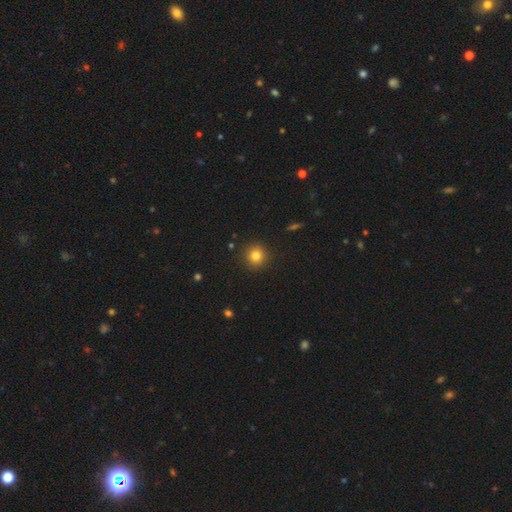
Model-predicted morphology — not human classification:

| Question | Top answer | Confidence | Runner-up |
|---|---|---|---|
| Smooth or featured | smooth | 81% | star or artifact (12%) |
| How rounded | round | 94% | in between (5%) |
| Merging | none | 91% | minor disturbance (6%) |